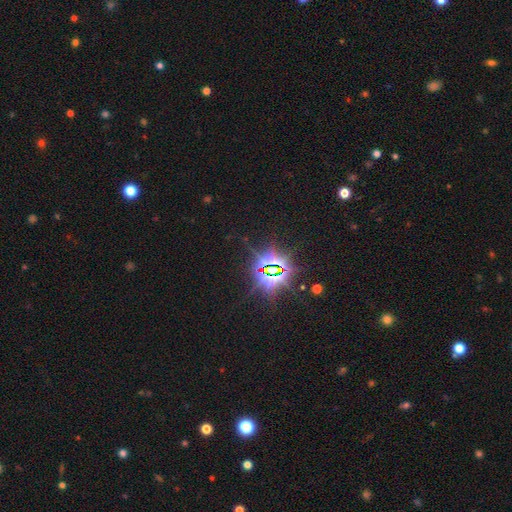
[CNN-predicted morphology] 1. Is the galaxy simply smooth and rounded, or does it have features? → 85% star or artifact, 9% smooth, 6% featured or disk.